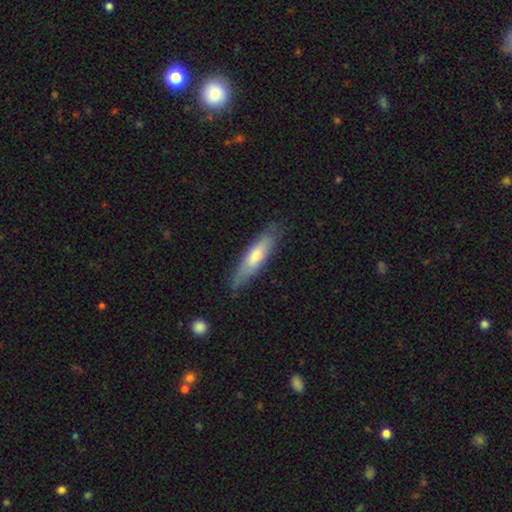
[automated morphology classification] smooth 64%, featured or disk 31%, star or artifact 5%. Down the decision tree: how rounded — cigar-shaped (74%); merging — none (75%).